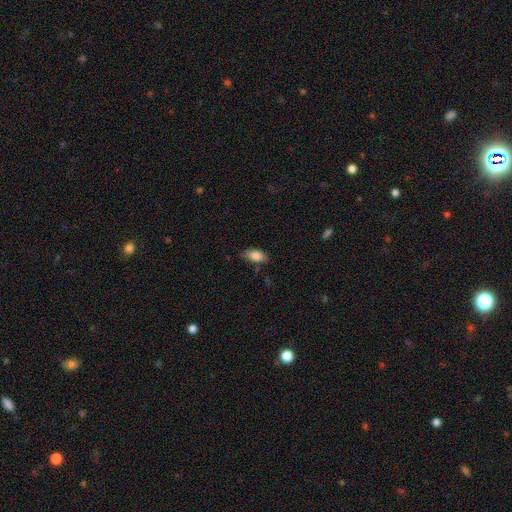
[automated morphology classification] smooth_or_featured: smooth (p=0.84) [alt: featured or disk p=0.08]
how_rounded: in between (p=0.90) [alt: cigar-shaped p=0.06]
merging: none (p=0.75) [alt: minor disturbance p=0.19]